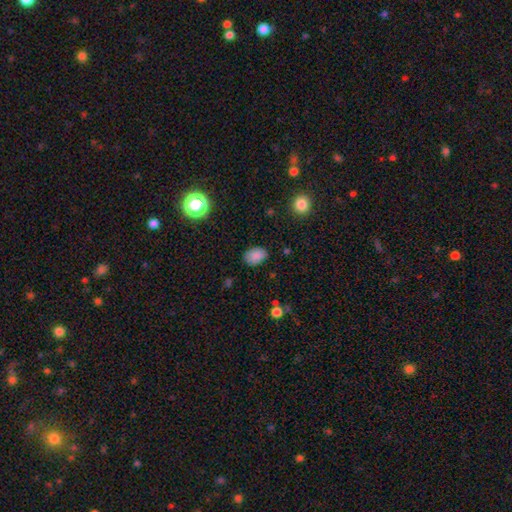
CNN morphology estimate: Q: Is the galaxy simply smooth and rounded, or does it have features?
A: smooth — 84%.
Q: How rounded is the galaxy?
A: in between — 77%.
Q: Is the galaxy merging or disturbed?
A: none — 80%.